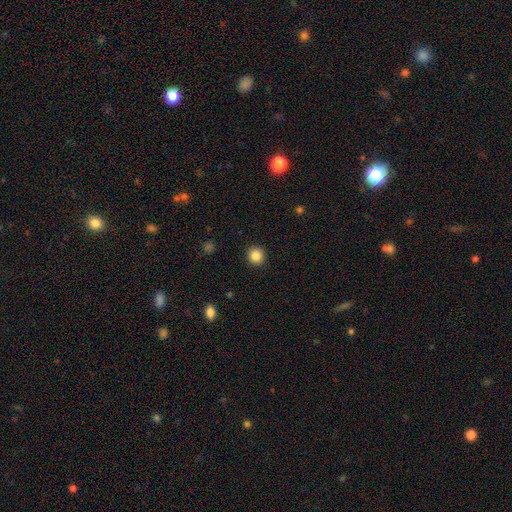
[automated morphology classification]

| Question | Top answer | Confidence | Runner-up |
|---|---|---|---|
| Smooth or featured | smooth | 85% | star or artifact (10%) |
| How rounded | round | 92% | in between (7%) |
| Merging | none | 92% | minor disturbance (5%) |